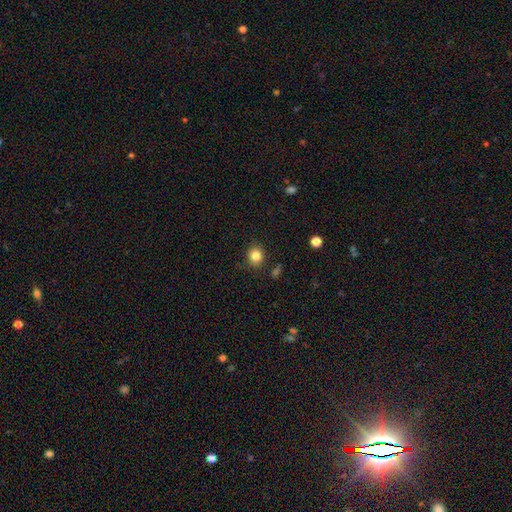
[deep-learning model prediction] Morphology: type=smooth (84%); roundness=round (78%); merging=none (85%).